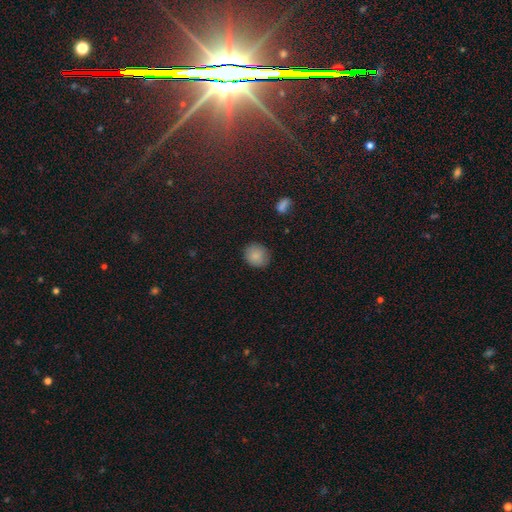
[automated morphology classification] smooth_or_featured: smooth (p=0.86) [alt: star or artifact p=0.09]
how_rounded: round (p=0.83) [alt: in between p=0.16]
merging: none (p=0.86) [alt: minor disturbance p=0.11]